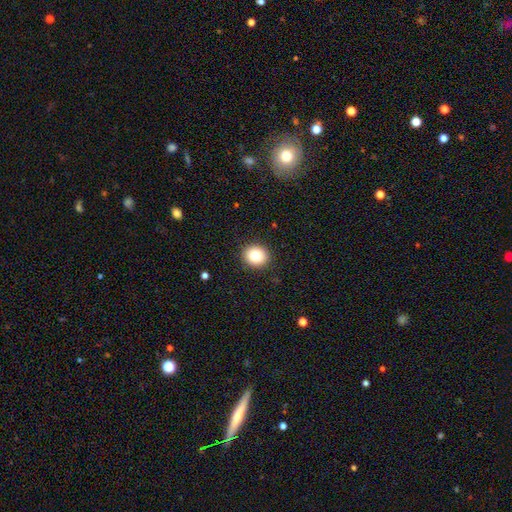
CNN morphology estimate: Overall: smooth (82%). How rounded: round (76%). Merging: none (91%).